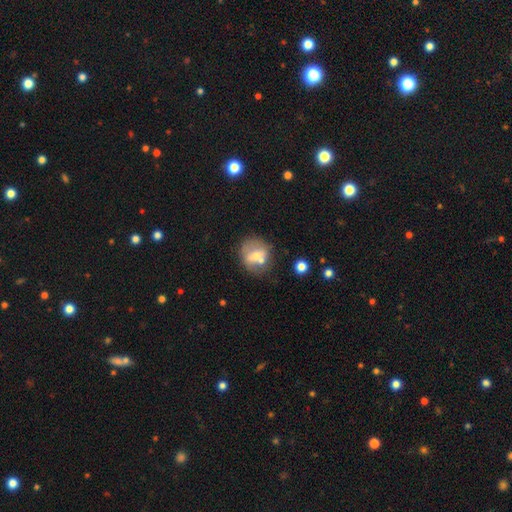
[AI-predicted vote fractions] A smooth galaxy with no disk features (54%) that is round (80%). Merging: none (52%).